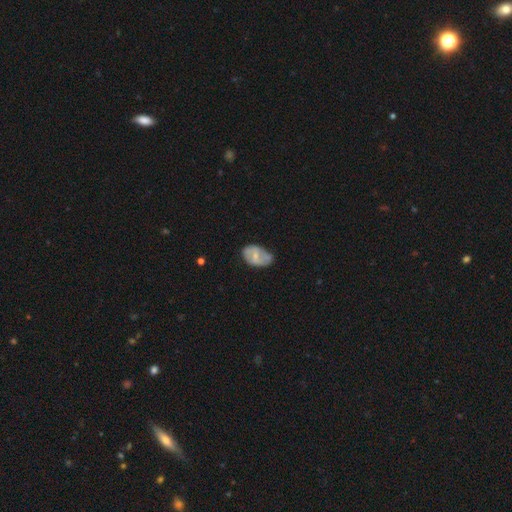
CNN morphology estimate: smooth_or_featured: featured or disk (p=0.48) [alt: smooth p=0.45]
merging: none (p=0.45) [alt: minor disturbance p=0.39]